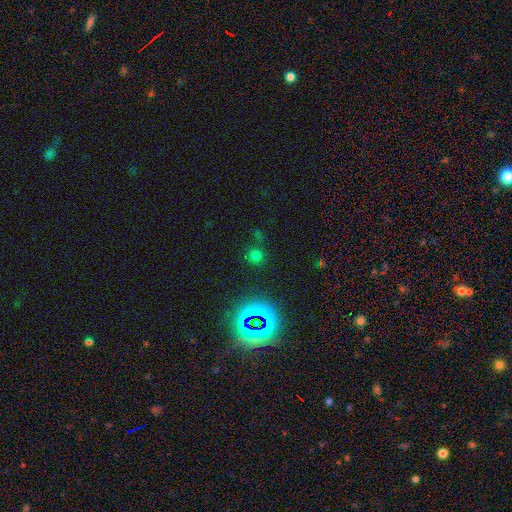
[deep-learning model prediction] Overall: smooth (58%; star or artifact 36%). How rounded: round (91%). Merging: none (81%).